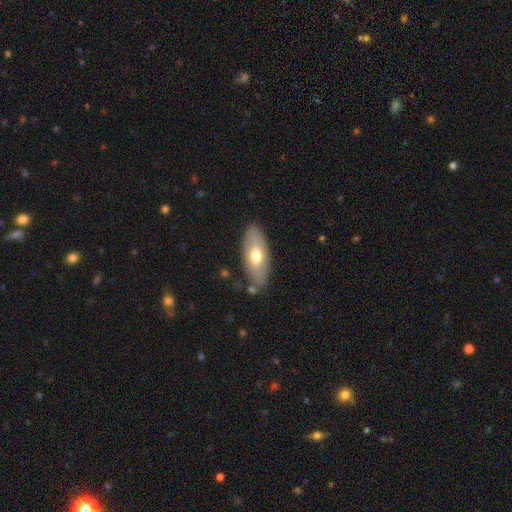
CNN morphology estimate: smooth 57%, featured or disk 37%, star or artifact 6%. Down the decision tree: how rounded — in between (82%); merging — none (78%).